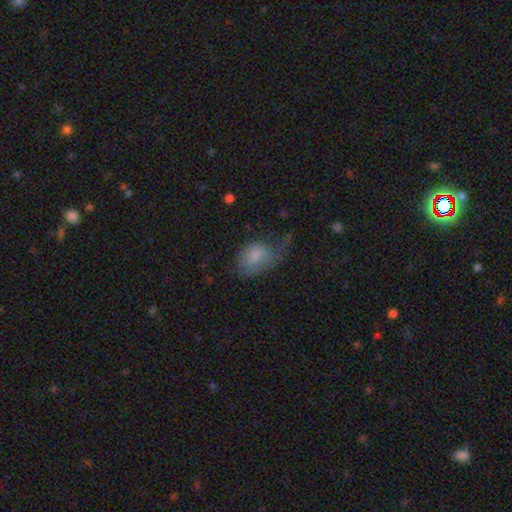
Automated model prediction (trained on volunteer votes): Morphology: type=smooth (75%); roundness=in between (76%); merging=major disturbance (39%).